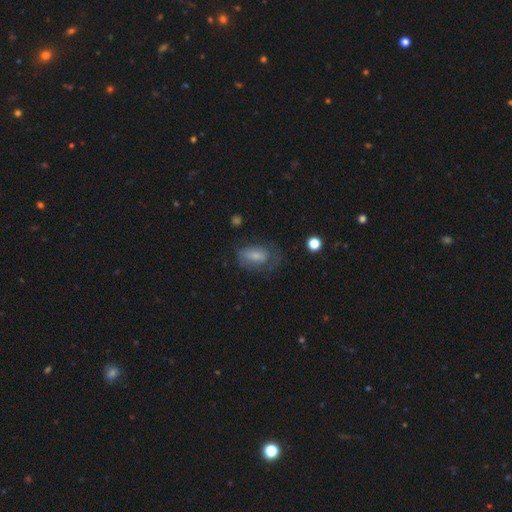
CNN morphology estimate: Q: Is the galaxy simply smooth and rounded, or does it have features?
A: smooth — 61%.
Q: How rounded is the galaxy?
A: in between — 85%.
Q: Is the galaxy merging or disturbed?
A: none — 48%.